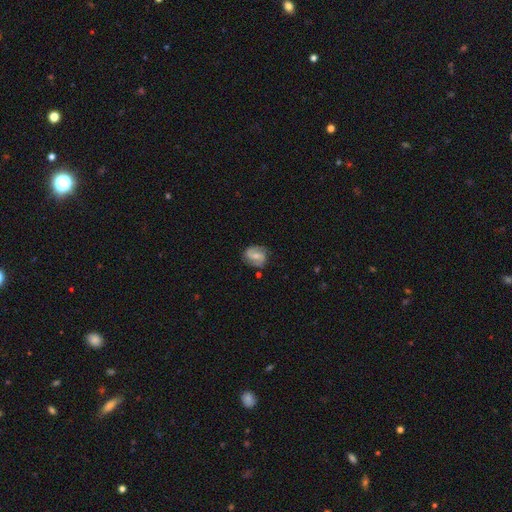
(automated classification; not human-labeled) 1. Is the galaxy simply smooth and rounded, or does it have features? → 73% featured or disk, 20% smooth, 7% star or artifact.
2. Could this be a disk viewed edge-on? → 97% no, 3% yes.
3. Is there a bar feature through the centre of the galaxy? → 47% weak, 29% no, 24% strong.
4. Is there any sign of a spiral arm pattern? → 93% yes, 7% no.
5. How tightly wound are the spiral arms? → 46% medium, 27% loose, 26% tight.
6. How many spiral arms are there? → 89% 2, 5% can't tell, 2% 1, 2% 3, 1% 4, 1% more than 4.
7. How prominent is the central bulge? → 46% small, 44% moderate, 6% none, 3% large, 1% dominant.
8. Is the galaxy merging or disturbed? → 77% none, 16% minor disturbance, 5% major disturbance, 2% merger.